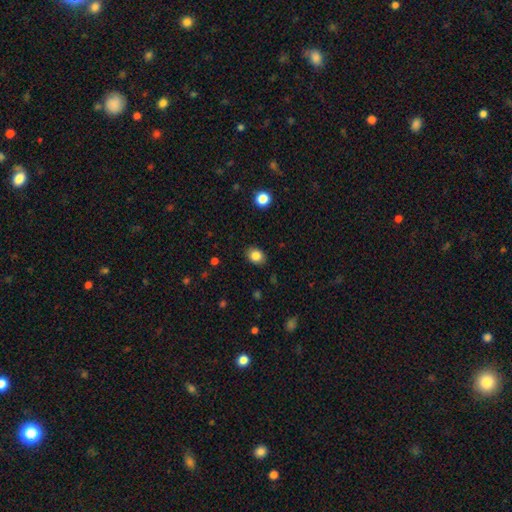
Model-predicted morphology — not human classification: Smooth or featured? Predicted: smooth (p=0.84). How rounded? Predicted: in between (p=0.57). Merging? Predicted: none (p=0.86).